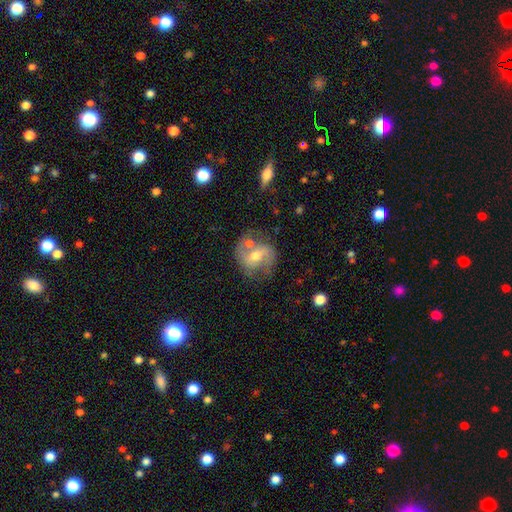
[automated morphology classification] Q: Smooth or featured?
A: featured or disk (70%); runner-up: smooth (23%)
Q: Edge-on disk?
A: no (96%); runner-up: yes (4%)
Q: Bar?
A: weak (45%); runner-up: no (34%)
Q: Spiral arms?
A: yes (85%); runner-up: no (15%)
Q: Spiral winding?
A: medium (49%); runner-up: loose (33%)
Q: Spiral arm count?
A: 2 (85%); runner-up: can't tell (8%)
Q: Bulge size?
A: moderate (68%); runner-up: small (25%)
Q: Merging?
A: none (58%); runner-up: minor disturbance (18%)